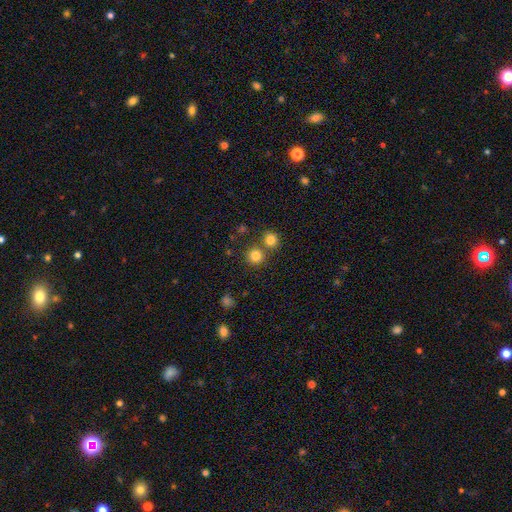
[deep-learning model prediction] Smooth or featured? Predicted: smooth (p=0.81). How rounded? Predicted: round (p=0.93). Merging? Predicted: none (p=0.71).